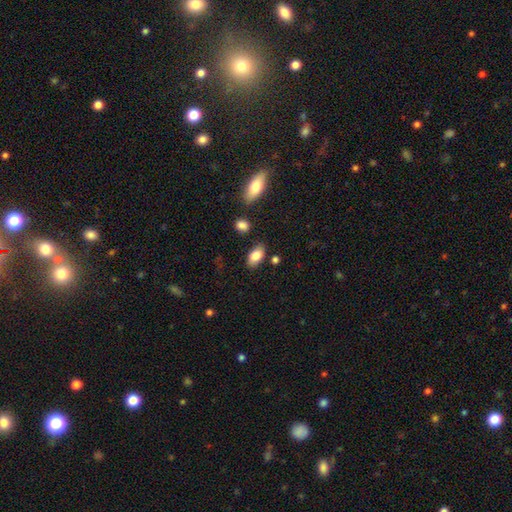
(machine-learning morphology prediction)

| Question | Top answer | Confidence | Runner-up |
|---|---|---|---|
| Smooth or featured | smooth | 82% | featured or disk (11%) |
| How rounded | in between | 92% | round (5%) |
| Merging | none | 81% | minor disturbance (13%) |